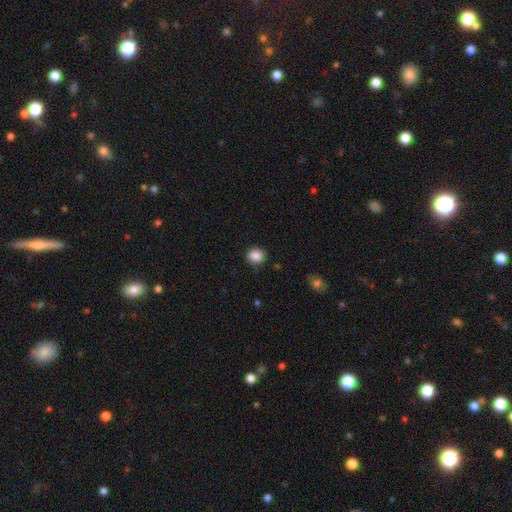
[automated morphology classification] smooth 86%, star or artifact 10%, featured or disk 4%. Down the decision tree: how rounded — round (84%); merging — none (85%).